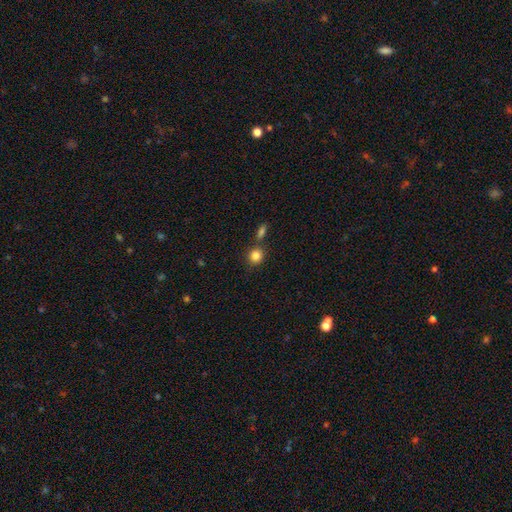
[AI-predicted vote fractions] smooth-or-featured: smooth: 85% | star or artifact: 10% | featured or disk: 5%
  how-rounded: round: 85% | in between: 14% | cigar-shaped: 1%
  merging: none: 71% | merger: 16% | minor disturbance: 10% | major disturbance: 3%